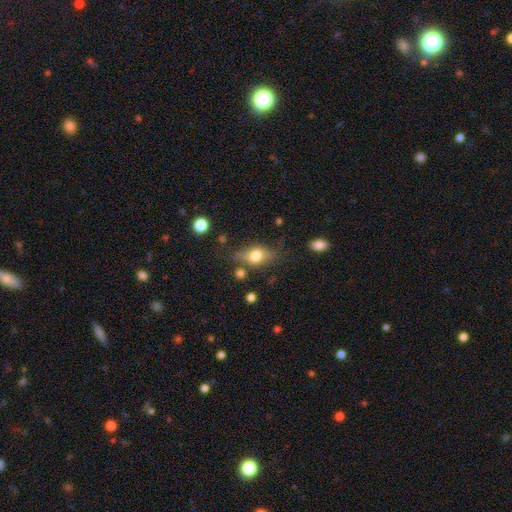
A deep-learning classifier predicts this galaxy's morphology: smooth-or-featured: smooth: 59% | featured or disk: 32% | star or artifact: 9%
  how-rounded: in between: 73% | round: 17% | cigar-shaped: 10%
  merging: none: 68% | minor disturbance: 20% | major disturbance: 8% | merger: 5%